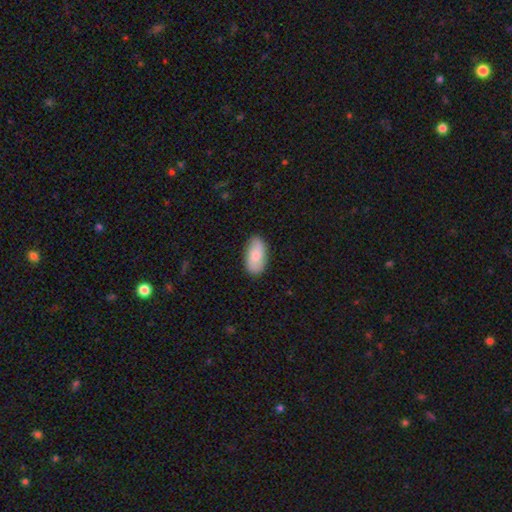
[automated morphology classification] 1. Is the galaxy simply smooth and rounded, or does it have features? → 78% smooth, 16% featured or disk, 6% star or artifact.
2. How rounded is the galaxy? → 94% in between, 3% cigar-shaped, 3% round.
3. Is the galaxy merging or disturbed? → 84% none, 13% minor disturbance, 2% major disturbance, 1% merger.